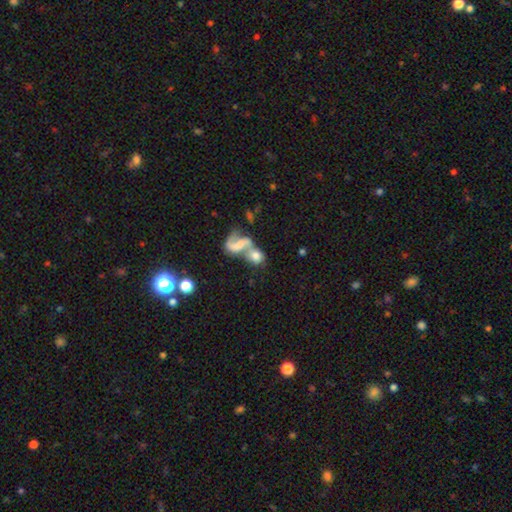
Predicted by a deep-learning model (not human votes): Morphology: type=smooth (56%); roundness=round (50%); merging=merger (66%).